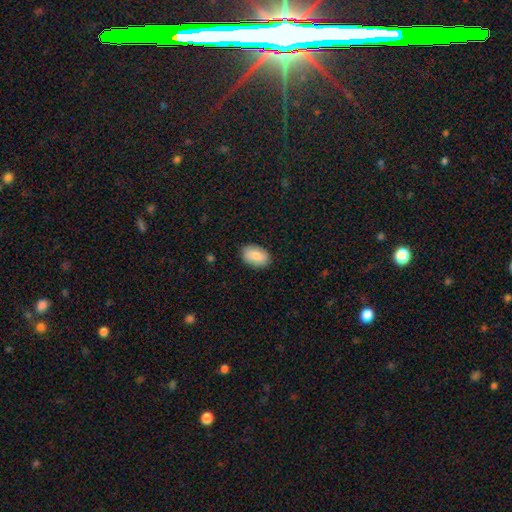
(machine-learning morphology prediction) Smooth or featured? smooth (82%)
How rounded? in between (88%)
Merging? none (86%)